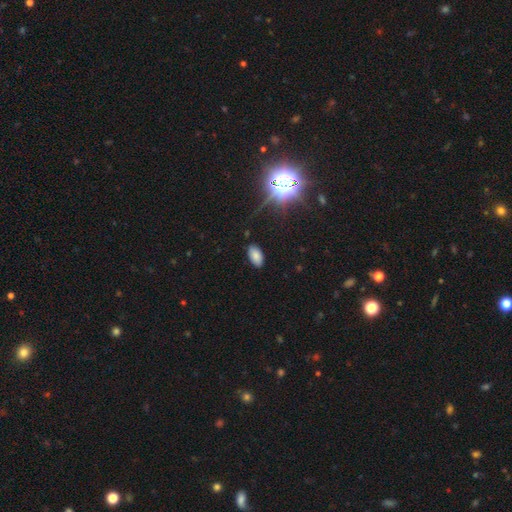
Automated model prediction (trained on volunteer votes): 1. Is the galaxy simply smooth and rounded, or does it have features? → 79% smooth, 14% star or artifact, 7% featured or disk.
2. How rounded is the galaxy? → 94% in between, 3% round, 2% cigar-shaped.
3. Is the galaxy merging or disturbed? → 86% none, 10% minor disturbance, 2% major disturbance, 1% merger.